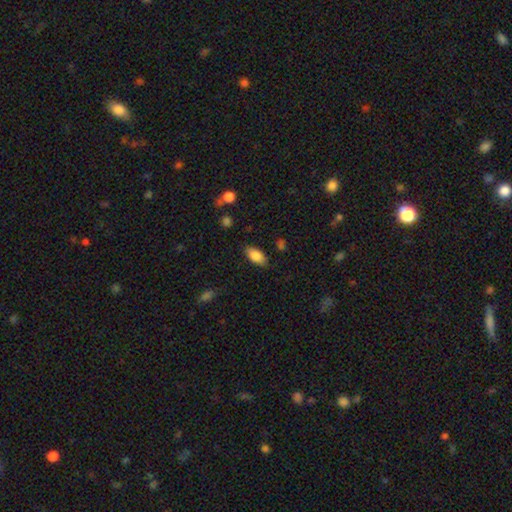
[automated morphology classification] Smooth or featured: smooth — 83% (featured or disk — 10%)
How rounded: in between — 89% (cigar-shaped — 8%)
Merging: none — 82% (minor disturbance — 13%)